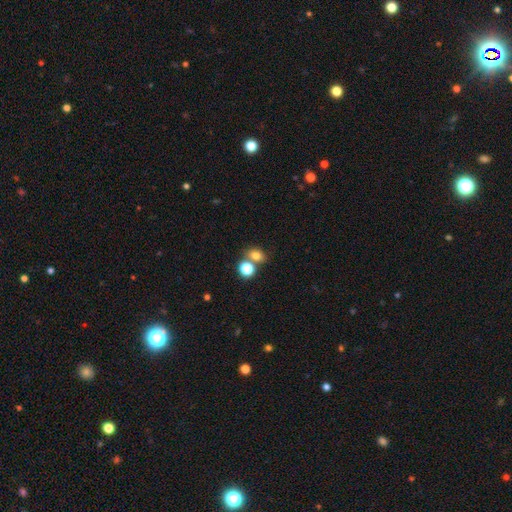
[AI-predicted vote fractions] Smooth or featured: smooth — 76% (star or artifact — 16%)
How rounded: in between — 49% (tied with round — 49%)
Merging: none — 56% (merger — 30%)